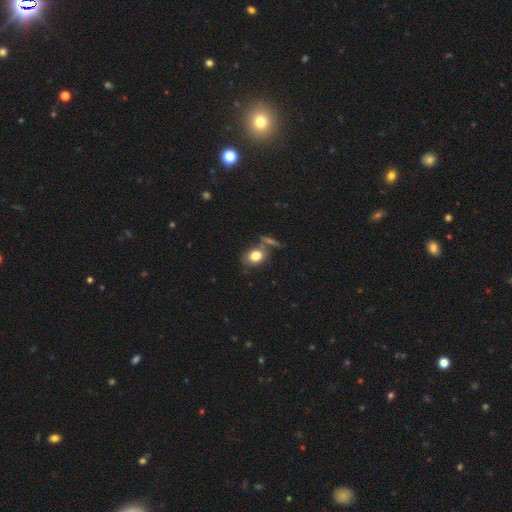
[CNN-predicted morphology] Smooth or featured? smooth (79%)
How rounded? in between (56%)
Merging? none (63%)